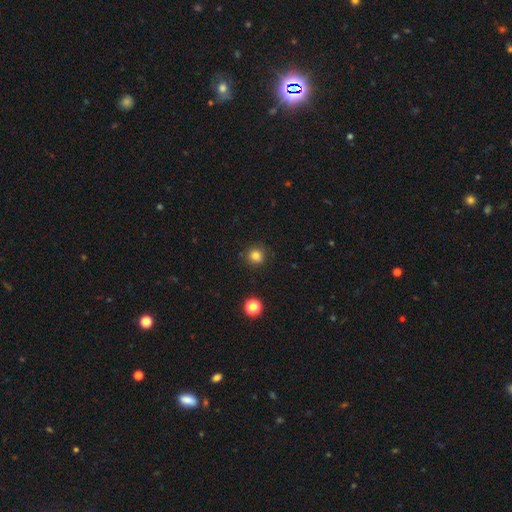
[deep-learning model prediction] Smooth or featured?
  - smooth: 81% *
  - star or artifact: 13%
  - featured or disk: 6%
How rounded?
  - round: 91% *
  - in between: 9%
  - cigar-shaped: 1%
Merging?
  - none: 87% *
  - minor disturbance: 8%
  - major disturbance: 2%
  - merger: 2%